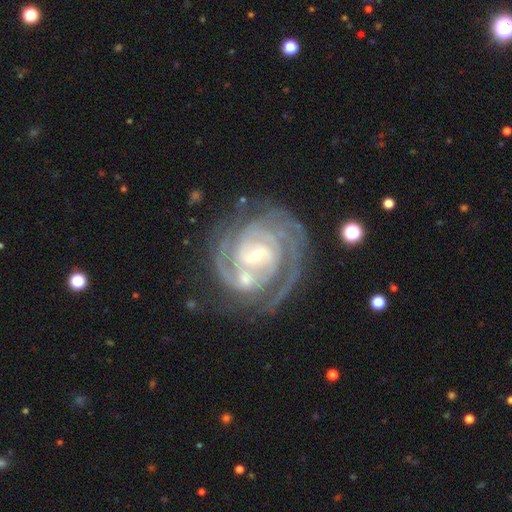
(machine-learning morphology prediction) smooth_or_featured: featured or disk (p=0.91) [alt: star or artifact p=0.05]
disk_edge_on: no (p=0.98) [alt: yes p=0.02]
bar: weak (p=0.47) [alt: no p=0.28]
has_spiral_arms: yes (p=0.98) [alt: no p=0.02]
spiral_winding: tight (p=0.77) [alt: medium p=0.21]
spiral_arm_count: 2 (p=0.32) [alt: 3 p=0.27]
bulge_size: small (p=0.67) [alt: moderate p=0.28]
merging: none (p=0.64) [alt: minor disturbance p=0.16]